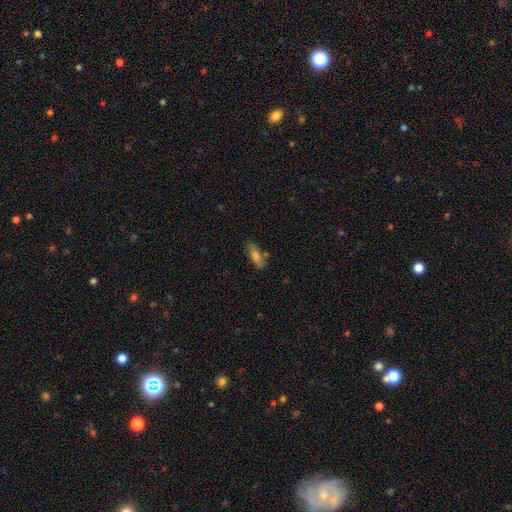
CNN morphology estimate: type=smooth (70%); roundness=in between (56%); merging=none (68%).